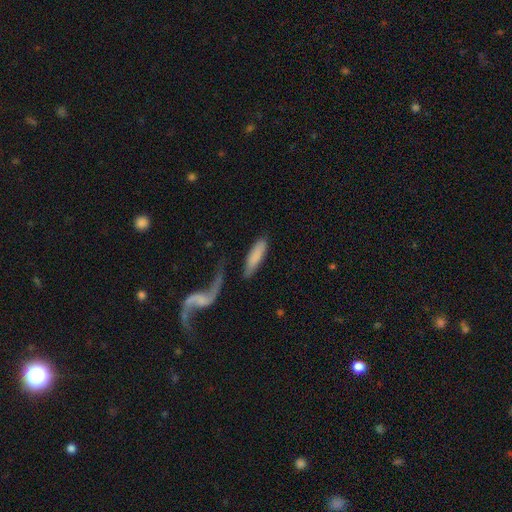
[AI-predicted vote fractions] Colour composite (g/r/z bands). It shows a smooth galaxy with no disk features (75%) that is cigar-shaped (61%). Merging: none (53%).